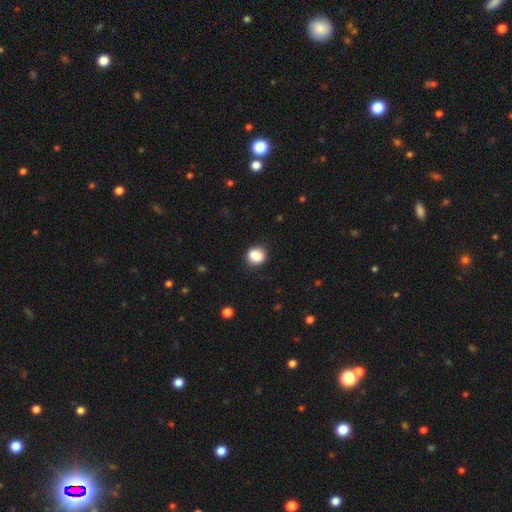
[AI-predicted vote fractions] Smooth or featured?
  - smooth: 87% *
  - star or artifact: 9%
  - featured or disk: 4%
How rounded?
  - round: 71% *
  - in between: 28%
  - cigar-shaped: 1%
Merging?
  - none: 85% *
  - minor disturbance: 11%
  - major disturbance: 3%
  - merger: 1%